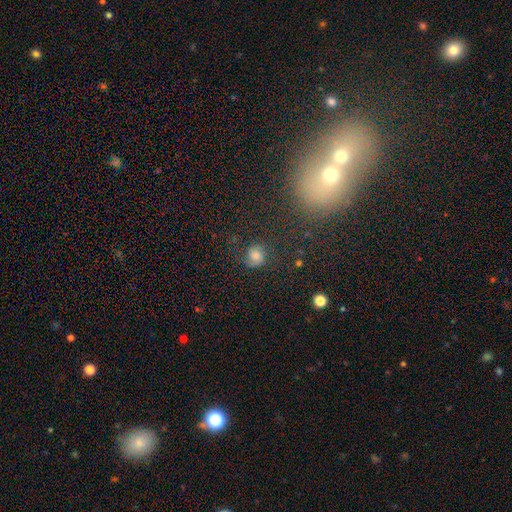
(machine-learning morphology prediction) Smooth or featured? smooth (52%)
How rounded? round (76%)
Merging? none (64%)